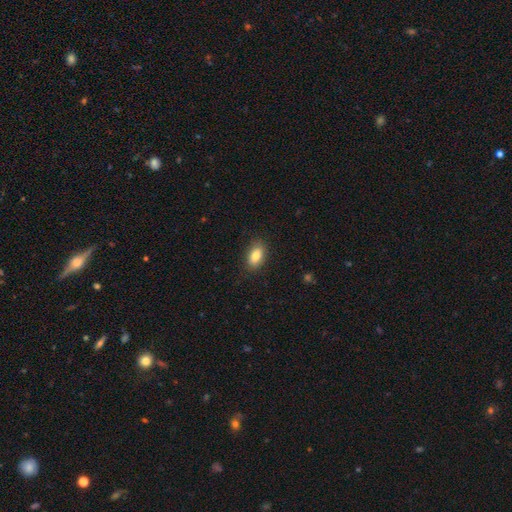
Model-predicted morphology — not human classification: type=smooth (84%); roundness=in between (90%); merging=none (86%).